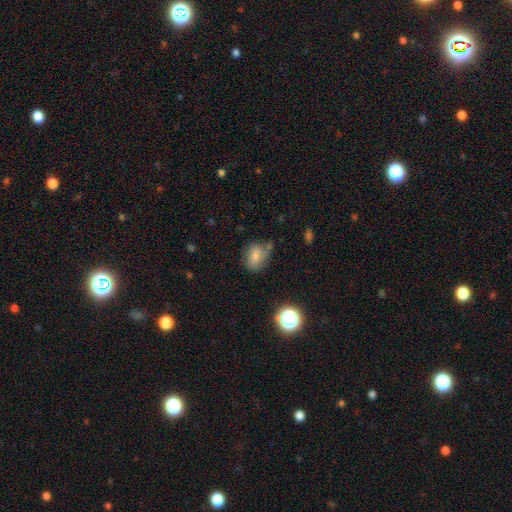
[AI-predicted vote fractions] A smooth galaxy with no disk features (74%) that is in between round and cigar-shaped (70%).

Vote fractions:
- Smooth or featured? smooth: 74% / featured or disk: 14% / star or artifact: 12%
- How rounded? in between: 70% / round: 28% / cigar-shaped: 2%
- Merging? none: 58% / minor disturbance: 26% / merger: 8% / major disturbance: 8%